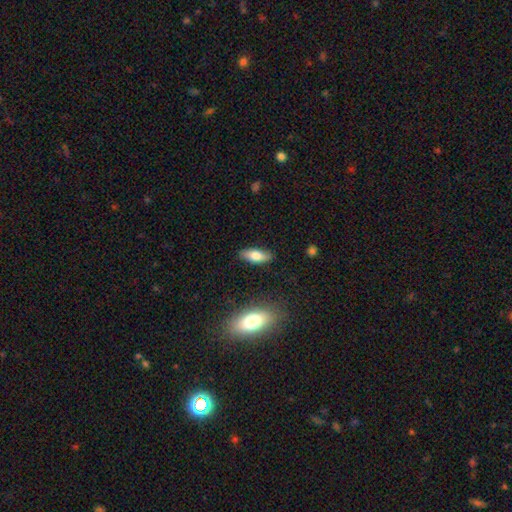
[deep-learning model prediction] smooth-or-featured: smooth: 72% | featured or disk: 21% | star or artifact: 7%
  how-rounded: in between: 69% | cigar-shaped: 29% | round: 3%
  merging: none: 84% | minor disturbance: 12% | major disturbance: 3% | merger: 2%